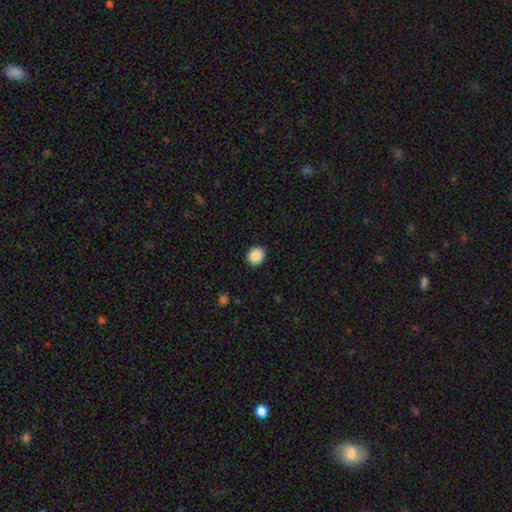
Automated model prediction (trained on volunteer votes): Smooth or featured: smooth — 88% (star or artifact — 8%)
How rounded: round — 68% (in between — 31%)
Merging: none — 91% (minor disturbance — 6%)